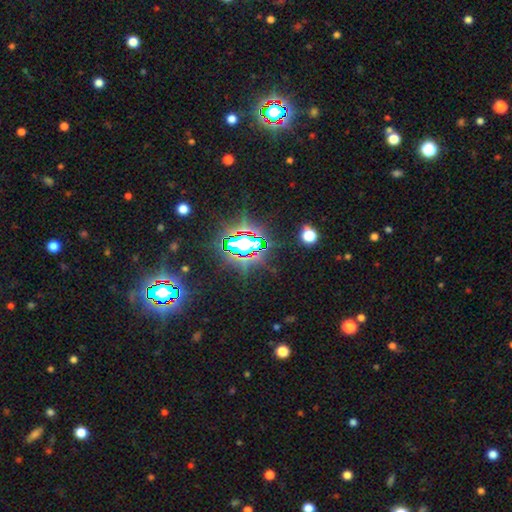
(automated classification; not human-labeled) The model was most divided on "smooth or featured": star or artifact: 79%, smooth: 12%, featured or disk: 9%.